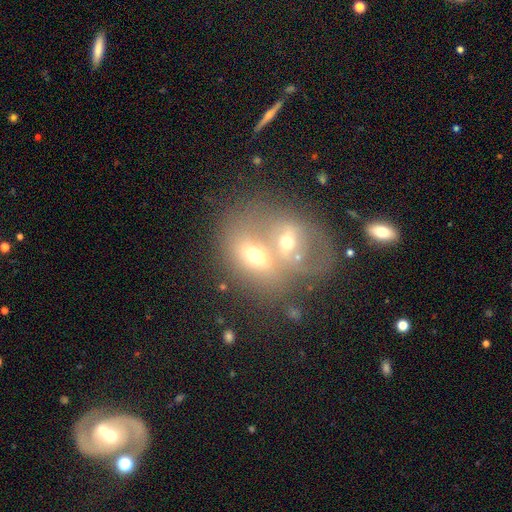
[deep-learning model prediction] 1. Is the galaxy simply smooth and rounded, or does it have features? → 51% smooth, 37% featured or disk, 12% star or artifact.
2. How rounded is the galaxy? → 60% in between, 38% round, 2% cigar-shaped.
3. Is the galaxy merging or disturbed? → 71% merger, 16% none, 6% minor disturbance, 6% major disturbance.